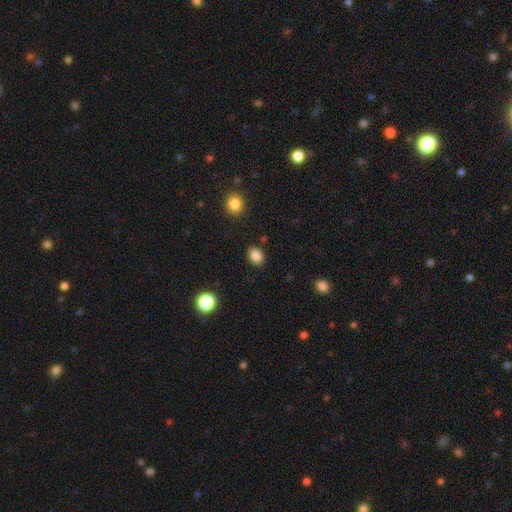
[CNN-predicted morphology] type=smooth (85%); roundness=in between (55%); merging=none (87%).